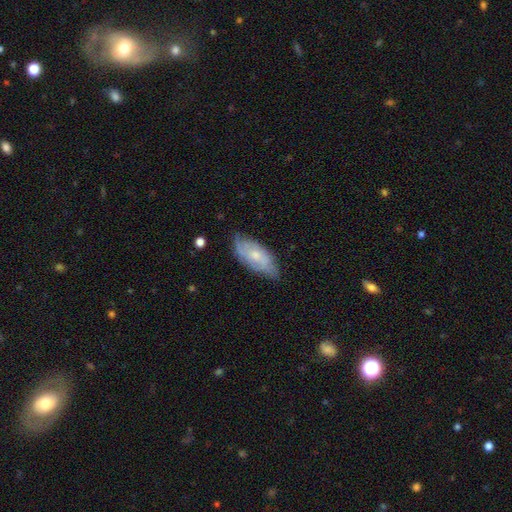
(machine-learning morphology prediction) type=featured or disk (57%); edge-on=no (88%); bar=no (74%); spiral arms=yes (77%); bulge=small (50%); merging=none (64%).